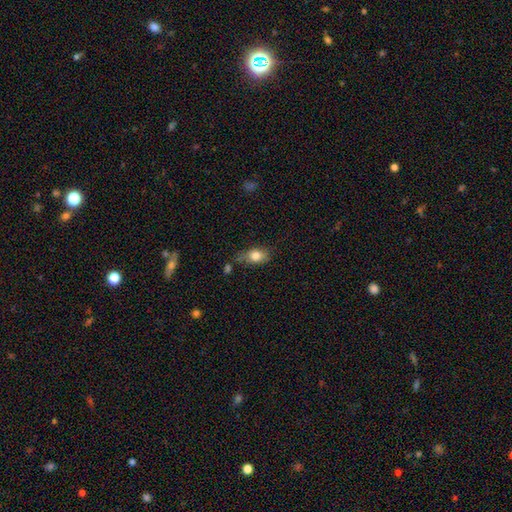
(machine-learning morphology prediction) Smooth or featured: smooth — 80% (featured or disk — 11%)
How rounded: in between — 78% (round — 19%)
Merging: none — 54% (minor disturbance — 29%)